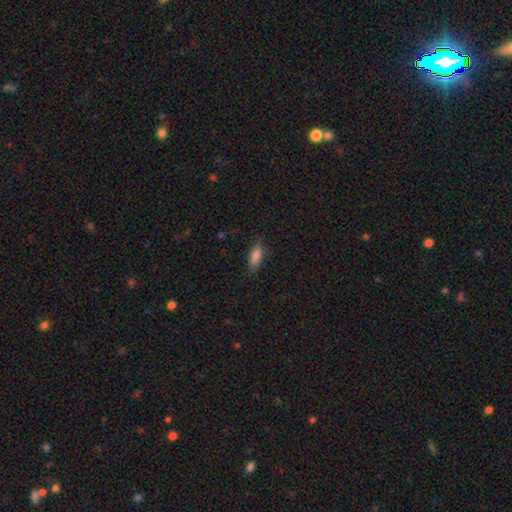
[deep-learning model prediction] A smooth galaxy with no disk features (79%) that is in between round and cigar-shaped (59%).

Vote fractions:
- Smooth or featured? smooth: 79% / featured or disk: 14% / star or artifact: 8%
- How rounded? in between: 59% / cigar-shaped: 39% / round: 2%
- Merging? none: 80% / minor disturbance: 15% / major disturbance: 3% / merger: 1%